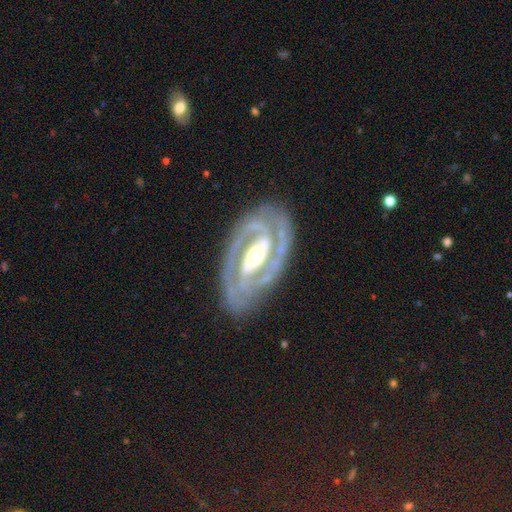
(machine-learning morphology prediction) smooth-or-featured: featured or disk: 91% | smooth: 5% | star or artifact: 4%
  disk-edge-on: no: 95% | yes: 5%
    bar: strong: 53% | weak: 26% | no: 21%
    has-spiral-arms: yes: 96% | no: 4%
      spiral-winding: tight: 60% | medium: 34% | loose: 5%
      spiral-arm-count: 2: 87% | 3: 4% | can't tell: 4% | 1: 2% | 4: 1% | more than 4: 1%
    bulge-size: moderate: 63% | small: 27% | large: 8% | dominant: 1% | none: 1%
  merging: none: 82% | minor disturbance: 12% | major disturbance: 4% | merger: 1%